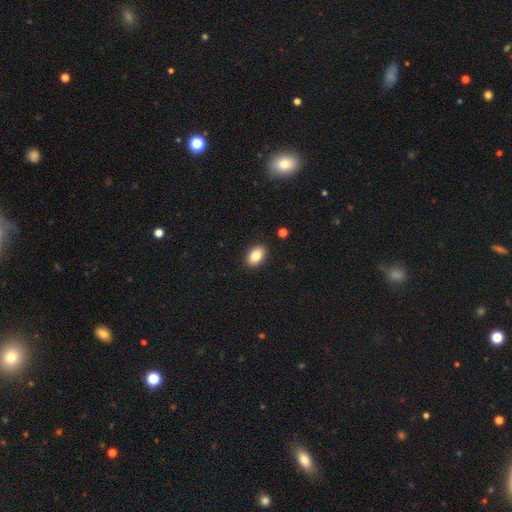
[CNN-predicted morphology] A smooth galaxy with no disk features (85%) that is in between round and cigar-shaped (90%).

Vote fractions:
- Smooth or featured? smooth: 85% / star or artifact: 8% / featured or disk: 8%
- How rounded? in between: 90% / round: 9% / cigar-shaped: 1%
- Merging? none: 90% / minor disturbance: 7% / major disturbance: 2% / merger: 1%